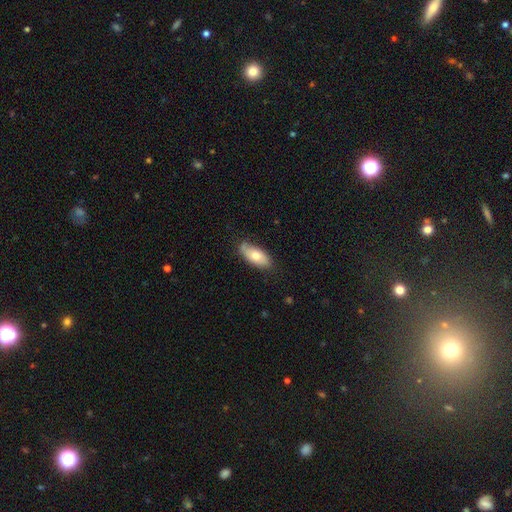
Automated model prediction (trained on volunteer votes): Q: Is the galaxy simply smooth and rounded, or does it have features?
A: smooth — 69%.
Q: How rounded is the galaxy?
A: in between — 89%.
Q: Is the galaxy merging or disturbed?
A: none — 72%.